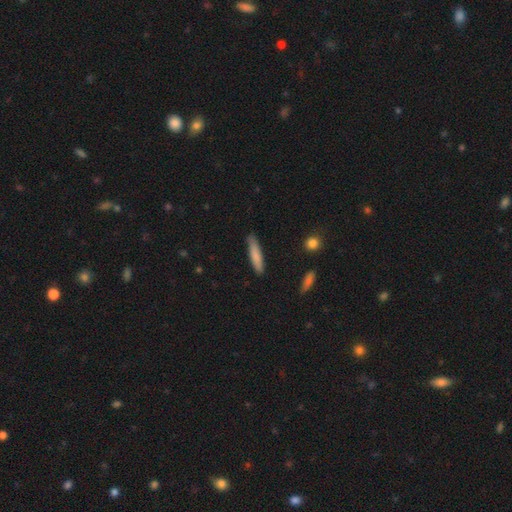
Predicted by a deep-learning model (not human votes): Smooth or featured? smooth (79%)
How rounded? cigar-shaped (86%)
Merging? none (85%)